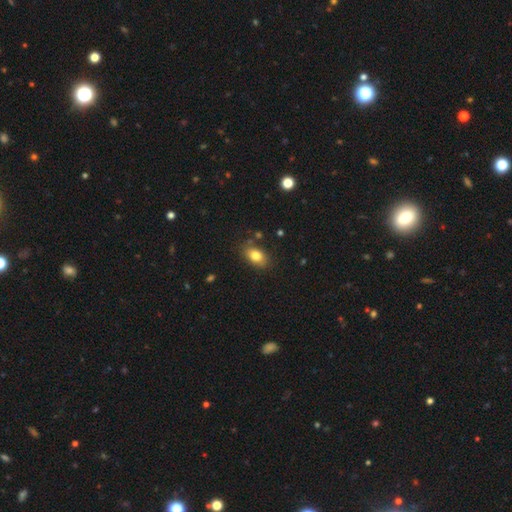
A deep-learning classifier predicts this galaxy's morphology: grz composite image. It shows a smooth galaxy with no disk features (81%) that is in between round and cigar-shaped (83%). Merging: none (81%).